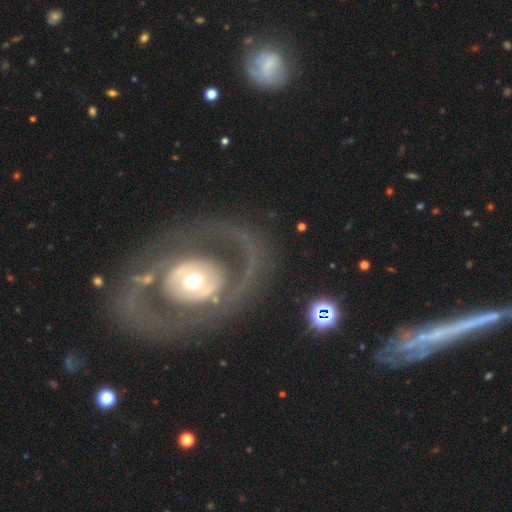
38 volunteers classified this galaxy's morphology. Overall: featured or disk (84%). Edge-on disk: no (100%). Bar: no (88%). Spiral arms: no (66%; yes 34%). Bulge size: moderate (72%). Merging: none (92%).